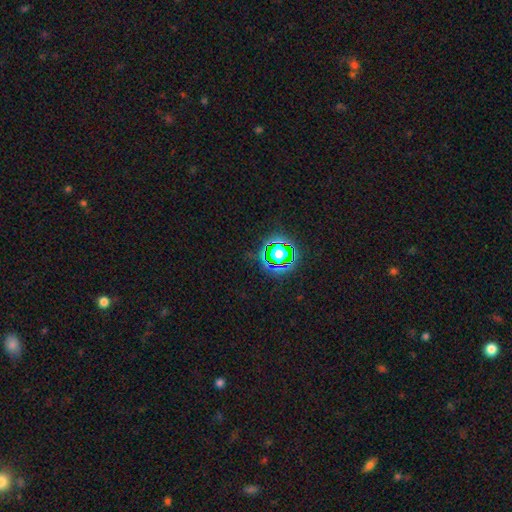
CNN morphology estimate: This appears to be a star or artifact, not a galaxy (78%).